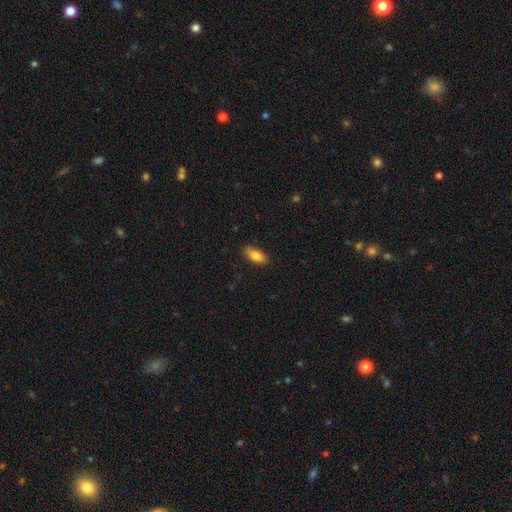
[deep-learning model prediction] Smooth or featured? smooth (83%)
How rounded? in between (81%)
Merging? none (84%)